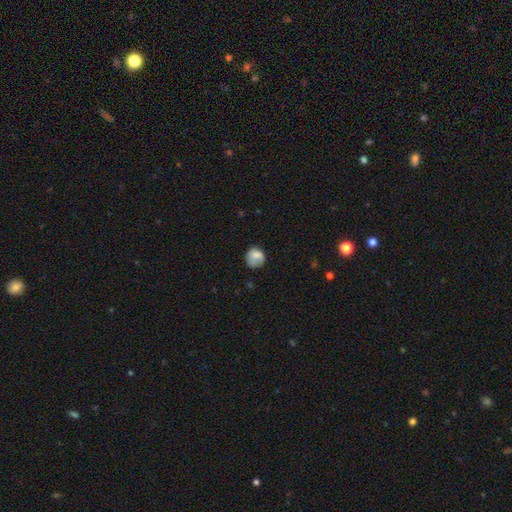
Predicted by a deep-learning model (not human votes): Smooth or featured?
  - smooth: 76% *
  - featured or disk: 15%
  - star or artifact: 9%
How rounded?
  - round: 77% *
  - in between: 22%
  - cigar-shaped: 1%
Merging?
  - none: 56% *
  - minor disturbance: 27%
  - major disturbance: 13%
  - merger: 3%